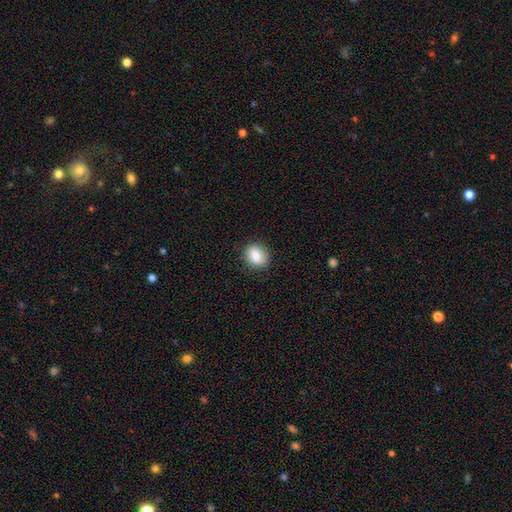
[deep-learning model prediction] Q: Smooth or featured?
A: smooth (78%); runner-up: featured or disk (13%)
Q: How rounded?
A: round (64%); runner-up: in between (35%)
Q: Merging?
A: none (87%); runner-up: minor disturbance (10%)